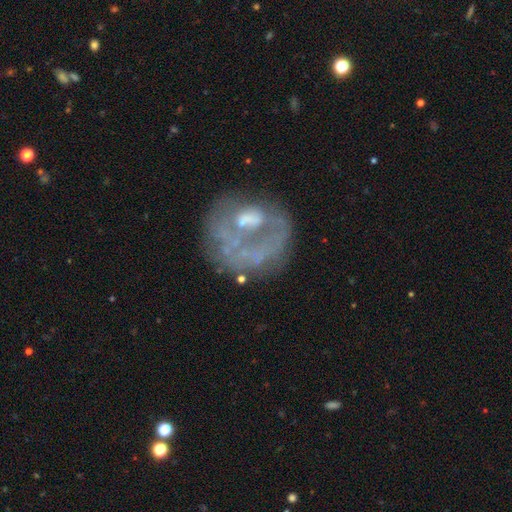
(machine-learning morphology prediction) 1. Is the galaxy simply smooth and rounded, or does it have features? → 57% featured or disk, 28% smooth, 16% star or artifact.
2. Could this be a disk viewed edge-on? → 97% no, 3% yes.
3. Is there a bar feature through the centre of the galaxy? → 80% no, 14% weak, 6% strong.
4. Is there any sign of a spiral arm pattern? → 74% no, 26% yes.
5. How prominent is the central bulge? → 38% none, 28% moderate, 27% small, 4% large, 2% dominant.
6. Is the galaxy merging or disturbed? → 47% none, 29% major disturbance, 17% minor disturbance, 7% merger.